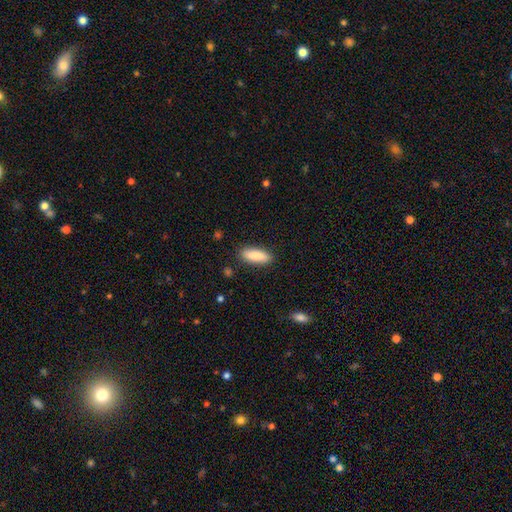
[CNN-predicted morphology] smooth 84%, featured or disk 10%, star or artifact 6%. Down the decision tree: how rounded — in between (60%); merging — none (87%).